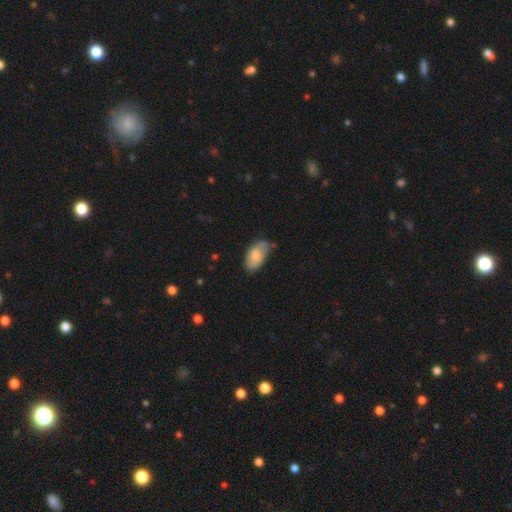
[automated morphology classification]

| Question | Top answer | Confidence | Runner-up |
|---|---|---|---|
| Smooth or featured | smooth | 74% | featured or disk (20%) |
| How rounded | in between | 94% | round (3%) |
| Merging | none | 63% | minor disturbance (29%) |